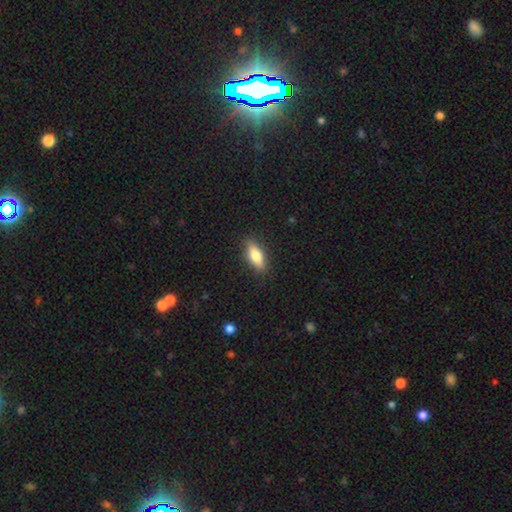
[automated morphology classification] smooth_or_featured: smooth (p=0.69) [alt: featured or disk p=0.24]
how_rounded: in between (p=0.63) [alt: cigar-shaped p=0.34]
merging: none (p=0.88) [alt: minor disturbance p=0.09]